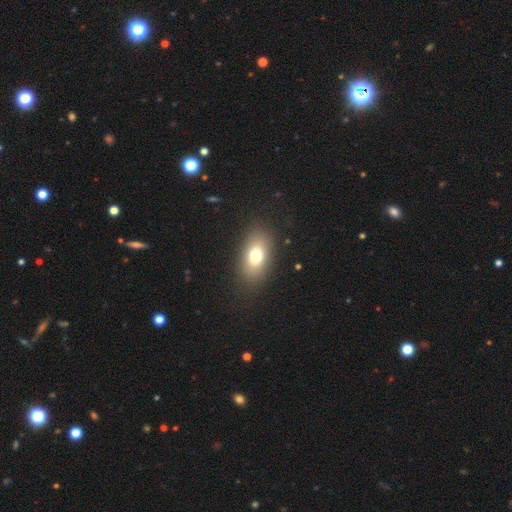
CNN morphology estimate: Smooth or featured? Predicted: smooth (p=0.73). How rounded? Predicted: in between (p=0.84). Merging? Predicted: none (p=0.85).